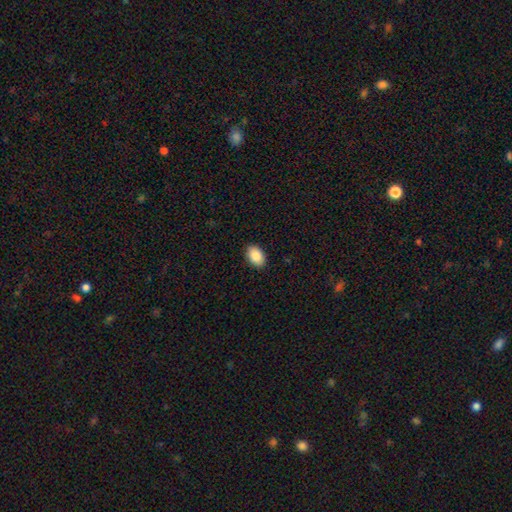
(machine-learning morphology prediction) Smooth or featured: smooth — 87% (star or artifact — 7%)
How rounded: in between — 87% (round — 12%)
Merging: none — 90% (minor disturbance — 7%)